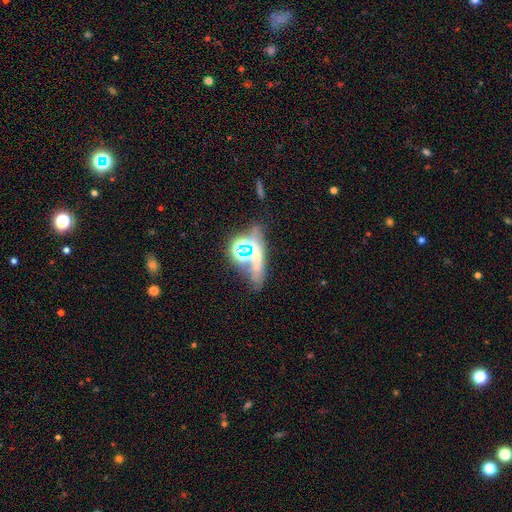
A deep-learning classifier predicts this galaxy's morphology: type=star or artifact (46%).